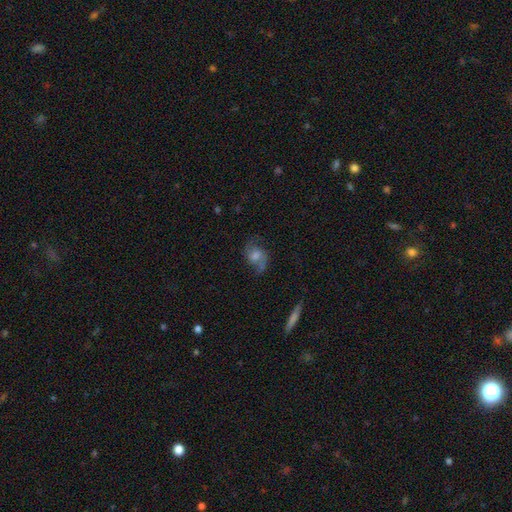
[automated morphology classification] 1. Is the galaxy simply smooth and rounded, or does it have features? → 69% featured or disk, 20% smooth, 11% star or artifact.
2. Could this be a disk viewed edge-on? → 95% no, 5% yes.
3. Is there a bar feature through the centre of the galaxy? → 57% no, 36% weak, 7% strong.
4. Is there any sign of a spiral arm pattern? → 92% yes, 8% no.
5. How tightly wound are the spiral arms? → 50% loose, 39% medium, 11% tight.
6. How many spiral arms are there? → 83% 2, 7% 1, 6% can't tell, 2% 3, 1% 4, 1% more than 4.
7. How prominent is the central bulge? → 48% moderate, 26% small, 15% large, 10% none, 2% dominant.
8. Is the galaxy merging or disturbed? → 65% none, 19% minor disturbance, 13% major disturbance, 3% merger.